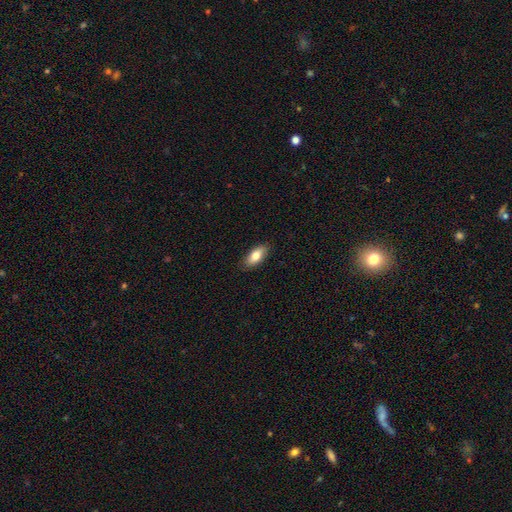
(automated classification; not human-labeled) Q: Smooth or featured?
A: smooth (79%); runner-up: featured or disk (14%)
Q: How rounded?
A: in between (85%); runner-up: cigar-shaped (12%)
Q: Merging?
A: none (86%); runner-up: minor disturbance (11%)